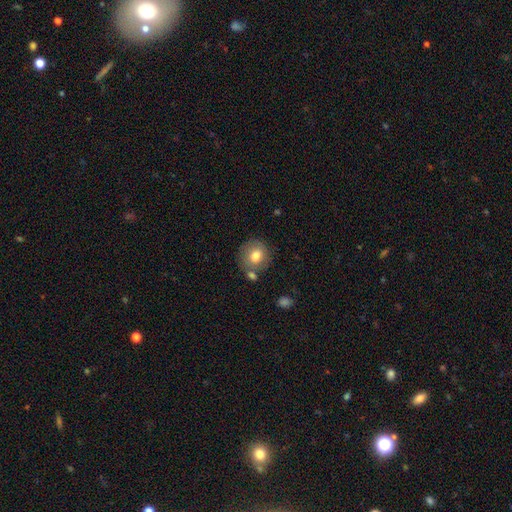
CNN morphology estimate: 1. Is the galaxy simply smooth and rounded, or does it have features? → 76% smooth, 16% featured or disk, 8% star or artifact.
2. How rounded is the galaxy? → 82% round, 17% in between, 1% cigar-shaped.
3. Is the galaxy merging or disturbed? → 69% none, 13% minor disturbance, 13% merger, 4% major disturbance.